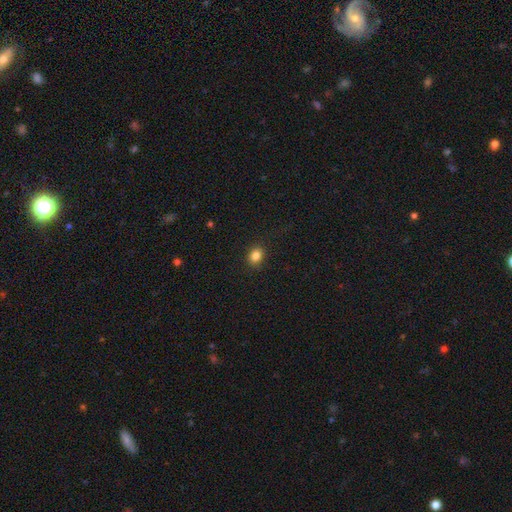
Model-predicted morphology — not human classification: This appears to be a smooth galaxy with no disk features (84%) that is round (60%). Merging: none (89%).